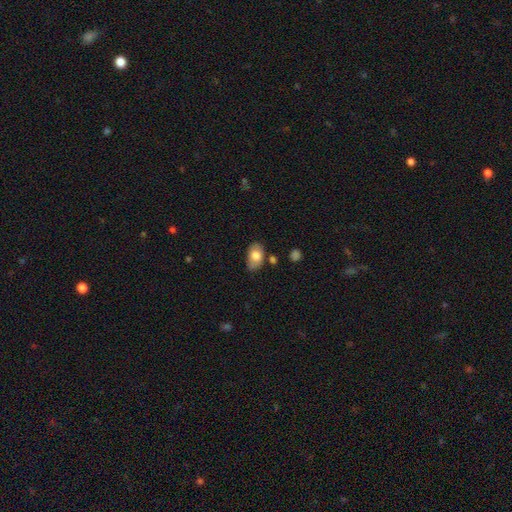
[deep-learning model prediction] The model was most divided on "merging": none: 68%, minor disturbance: 22%, merger: 5%, major disturbance: 5%. More confident: how rounded — in between (91%); smooth or featured — smooth (74%).